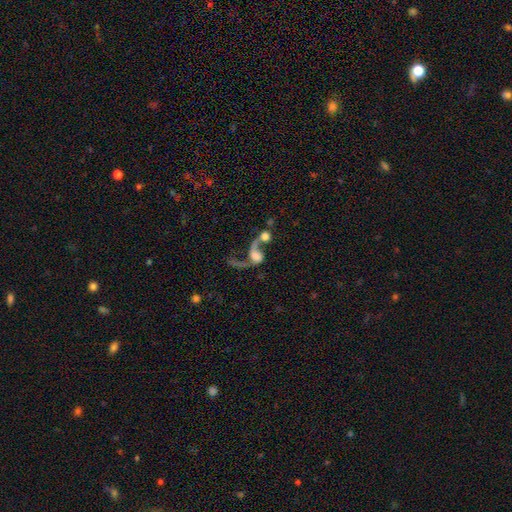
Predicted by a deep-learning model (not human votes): This is possibly a featured or disk galaxy (60%). It is clearly not viewed edge-on (95%). Bar: likely no (68%). Spiral arm pattern: likely yes (75%). Central bulge: marginally moderate (30%). Merging: possibly merger (59%).